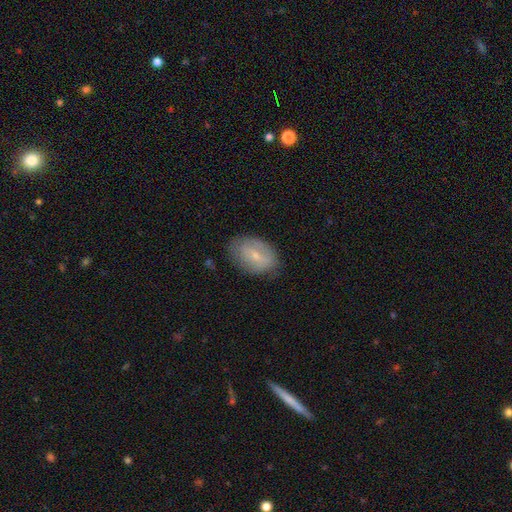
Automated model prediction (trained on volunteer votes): smooth_or_featured: smooth (p=0.54) [alt: featured or disk p=0.39]
how_rounded: in between (p=0.85) [alt: round p=0.13]
merging: none (p=0.74) [alt: minor disturbance p=0.20]